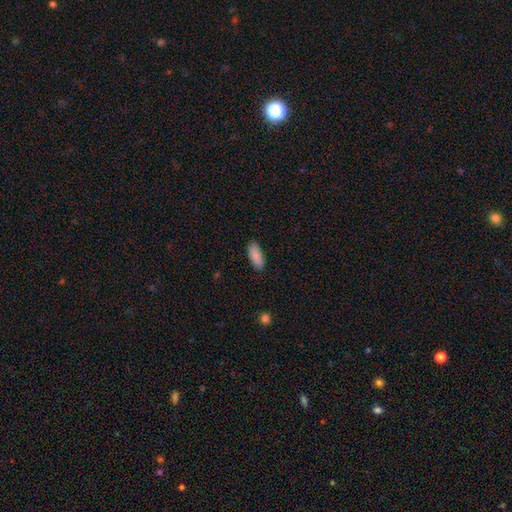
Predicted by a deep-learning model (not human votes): Smooth or featured? smooth (89%)
How rounded? in between (83%)
Merging? none (88%)